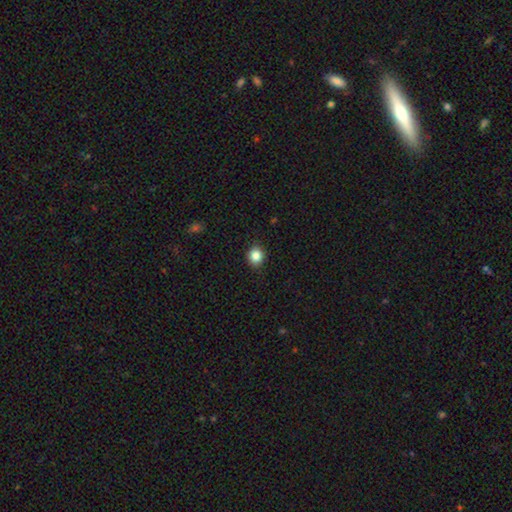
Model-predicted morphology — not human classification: Smooth or featured: smooth — 86% (star or artifact — 10%)
How rounded: round — 81% (in between — 18%)
Merging: none — 90% (minor disturbance — 7%)